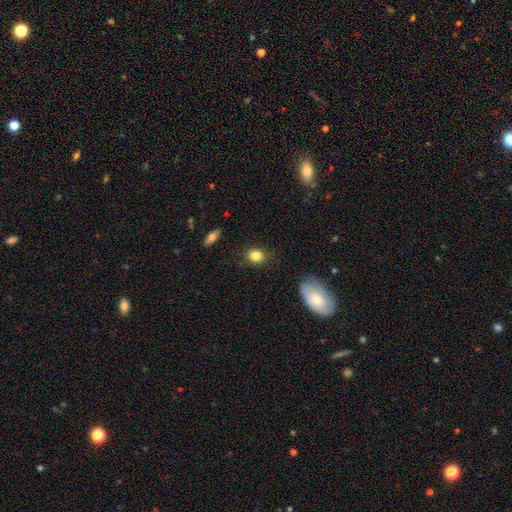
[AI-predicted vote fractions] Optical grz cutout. It shows a smooth galaxy with no disk features (83%) that is round (59%). Merging: none (85%).